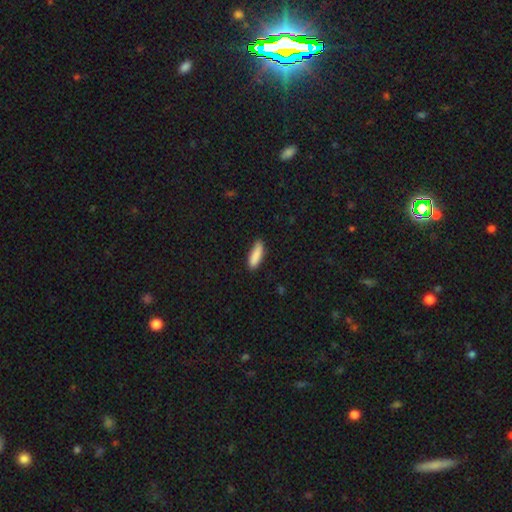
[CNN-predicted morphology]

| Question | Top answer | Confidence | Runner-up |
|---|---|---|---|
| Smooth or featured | smooth | 89% | star or artifact (6%) |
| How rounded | cigar-shaped | 54% | in between (44%) |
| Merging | none | 78% | minor disturbance (17%) |